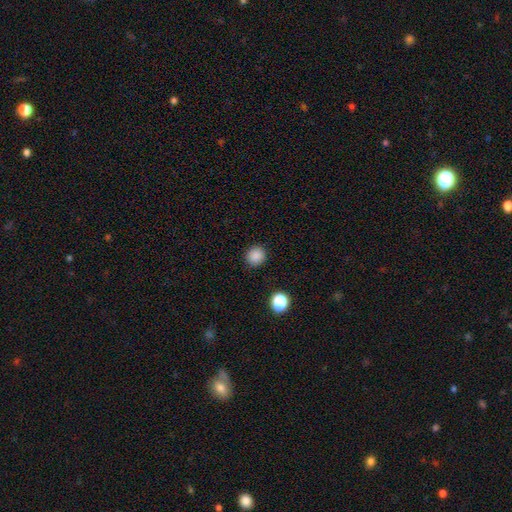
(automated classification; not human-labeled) smooth 86%, star or artifact 11%, featured or disk 3%. Down the decision tree: how rounded — round (91%); merging — none (91%).